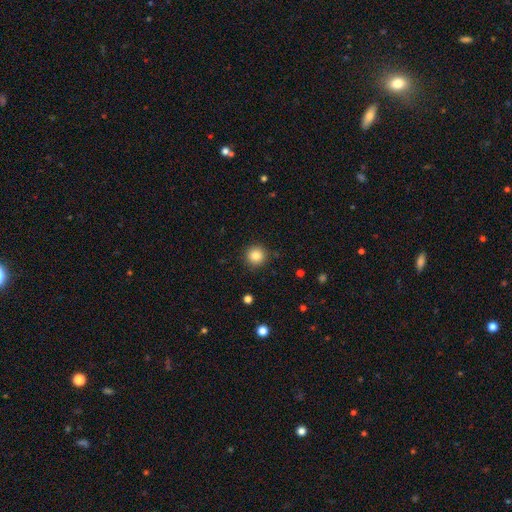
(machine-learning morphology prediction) Smooth or featured? smooth (84%)
How rounded? round (95%)
Merging? none (90%)